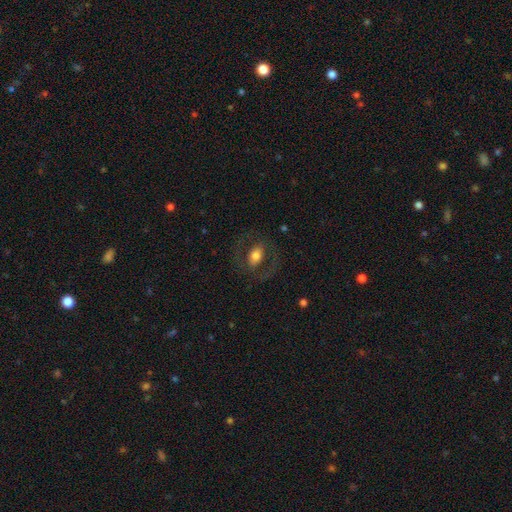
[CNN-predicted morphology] This appears to be a smooth galaxy with no disk features (52%) that is in between round and cigar-shaped (75%). Merging: none (75%).